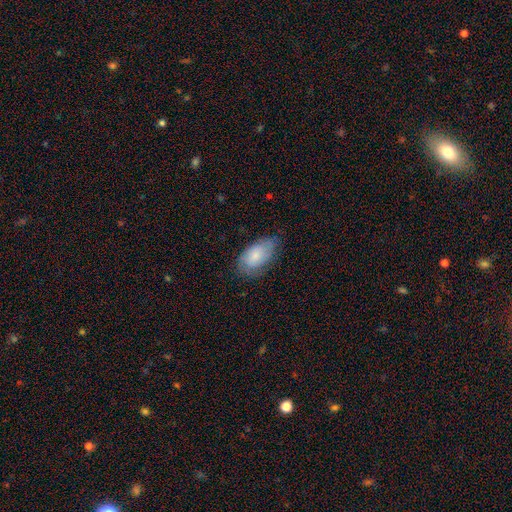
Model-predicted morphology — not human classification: smooth-or-featured: smooth: 77% | featured or disk: 17% | star or artifact: 6%
  how-rounded: in between: 94% | round: 4% | cigar-shaped: 2%
  merging: none: 70% | minor disturbance: 24% | major disturbance: 6% | merger: 1%